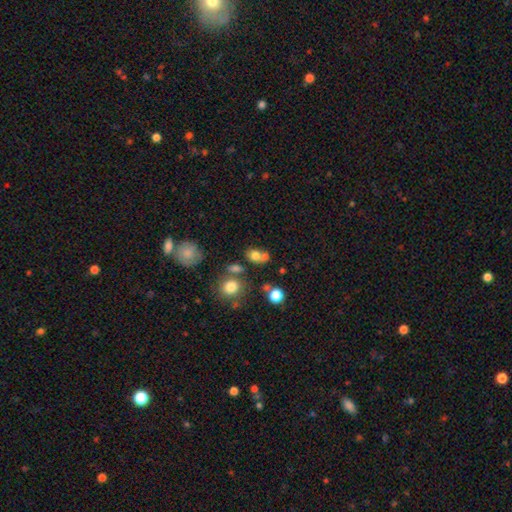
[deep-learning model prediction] This appears to be a smooth galaxy with no disk features (74%) that is in between round and cigar-shaped (57%). Merging: none (43%).